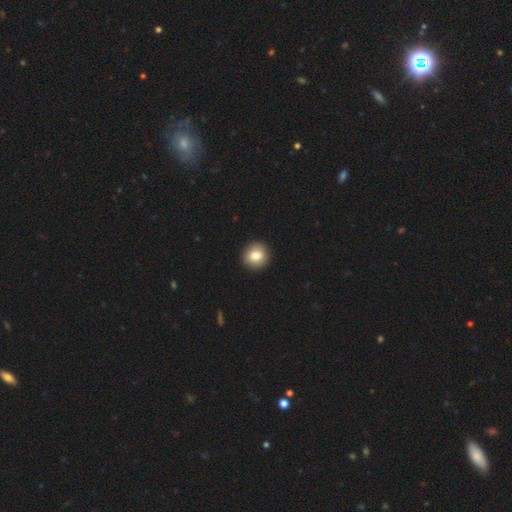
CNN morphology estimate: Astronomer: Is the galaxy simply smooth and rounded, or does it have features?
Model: smooth — 81%.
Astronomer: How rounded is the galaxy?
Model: round — 91%.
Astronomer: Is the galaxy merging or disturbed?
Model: none — 93%.